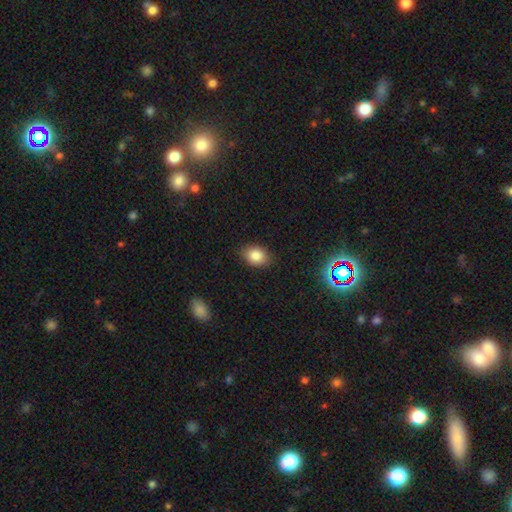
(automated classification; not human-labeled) A smooth galaxy with no disk features (84%) that is in between round and cigar-shaped (66%).

Vote fractions:
- Smooth or featured? smooth: 84% / star or artifact: 10% / featured or disk: 6%
- How rounded? in between: 66% / round: 33% / cigar-shaped: 1%
- Merging? none: 83% / minor disturbance: 13% / major disturbance: 3% / merger: 1%